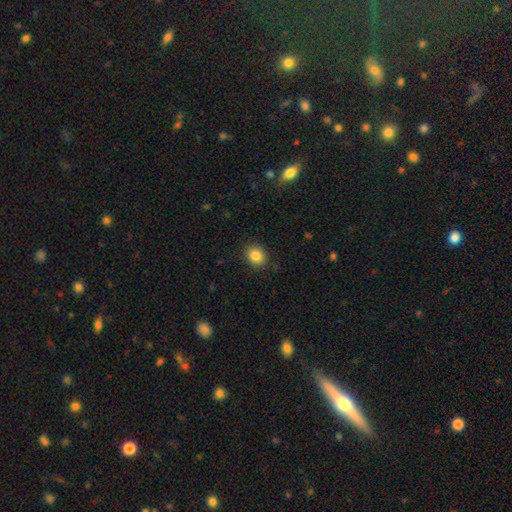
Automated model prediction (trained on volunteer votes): Smooth or featured: smooth — 85% (star or artifact — 10%)
How rounded: round — 67% (in between — 32%)
Merging: none — 88% (minor disturbance — 8%)